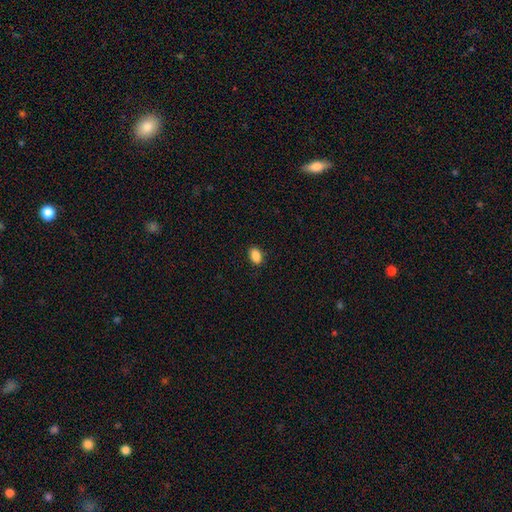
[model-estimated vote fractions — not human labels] A smooth galaxy with no disk features (88%) that is in between round and cigar-shaped (87%). Merging: none (89%).